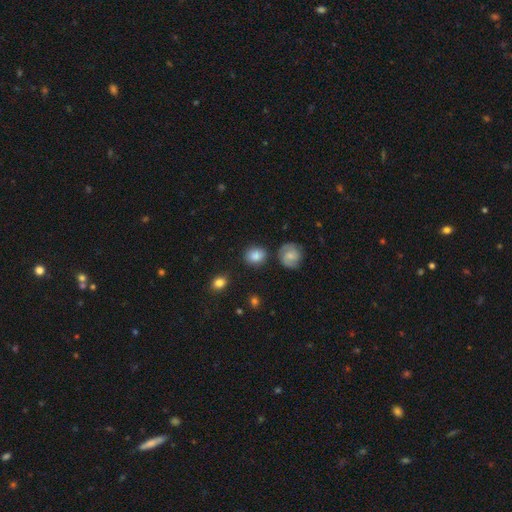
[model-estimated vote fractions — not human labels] A smooth galaxy with no disk features (82%) that is round (75%). Merging: none (81%).